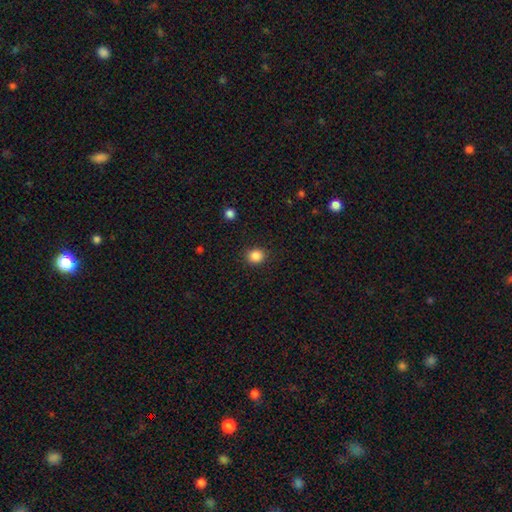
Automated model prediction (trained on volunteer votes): A smooth galaxy with no disk features (86%) that is round (75%).

Vote fractions:
- Smooth or featured? smooth: 86% / star or artifact: 10% / featured or disk: 3%
- How rounded? round: 75% / in between: 24% / cigar-shaped: 1%
- Merging? none: 89% / minor disturbance: 7% / major disturbance: 3% / merger: 1%